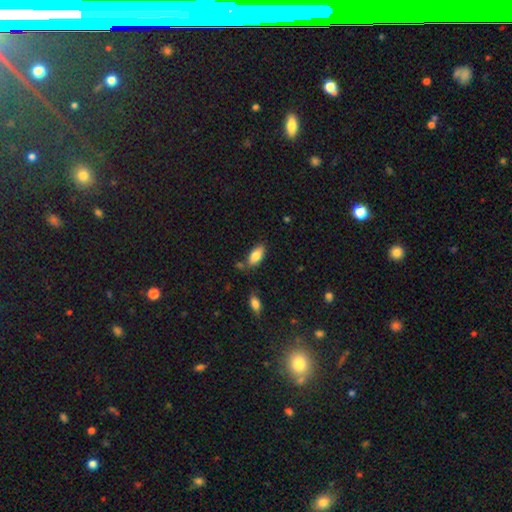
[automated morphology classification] This appears to be a smooth galaxy with no disk features (84%) that is in between round and cigar-shaped (88%). Merging: none (73%).